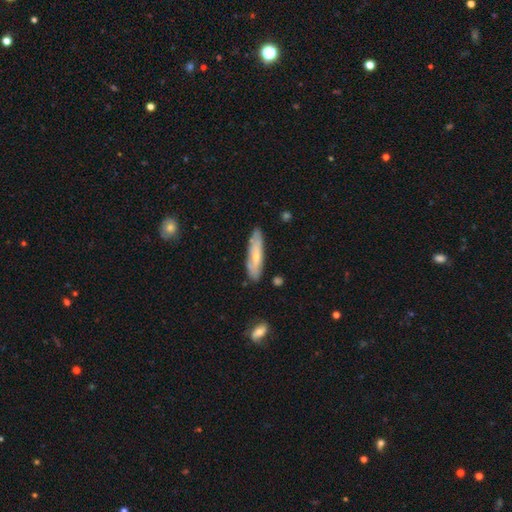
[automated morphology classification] A smooth galaxy with no disk features (54%) that is cigar-shaped (71%). Merging: none (78%).